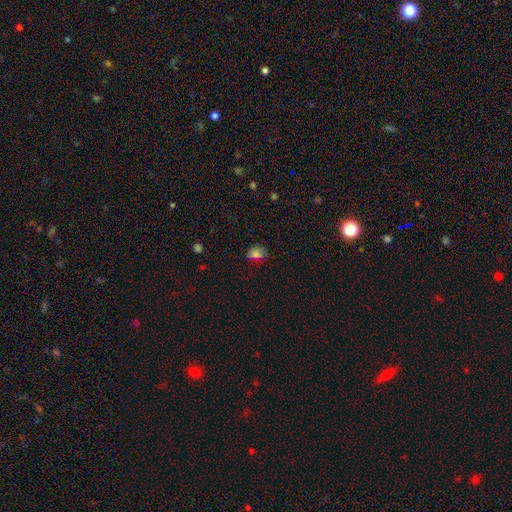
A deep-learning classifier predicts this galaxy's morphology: Smooth or featured: smooth — 75% (star or artifact — 18%)
How rounded: in between — 56% (round — 43%)
Merging: none — 73% (minor disturbance — 20%)